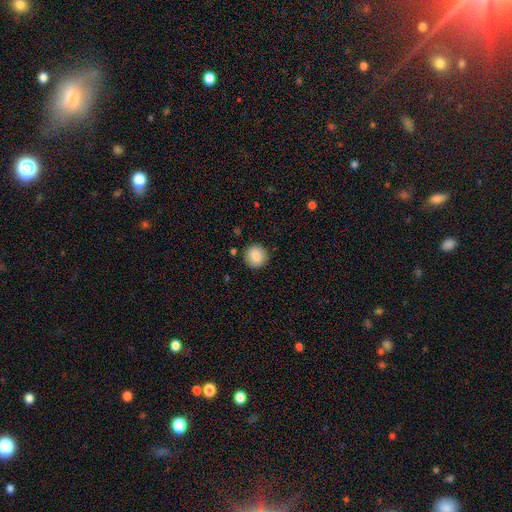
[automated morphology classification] This appears to be a smooth galaxy with no disk features (86%) that is round (92%). Merging: none (90%).